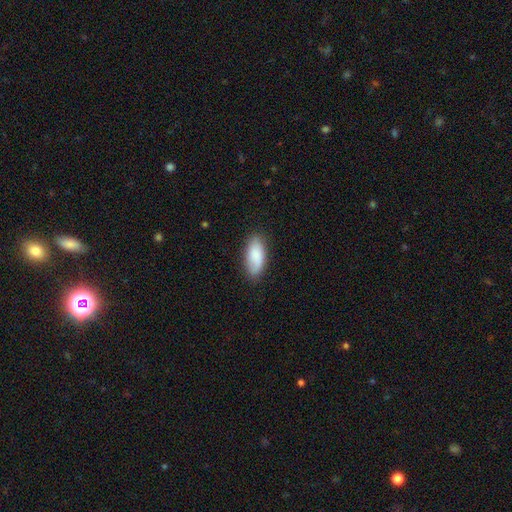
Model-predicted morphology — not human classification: Overall: smooth (80%). How rounded: in between (88%). Merging: none (81%).